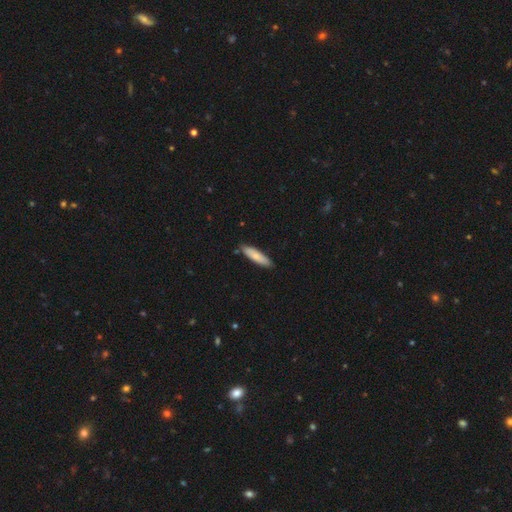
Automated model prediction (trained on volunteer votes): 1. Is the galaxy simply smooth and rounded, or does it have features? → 76% smooth, 18% featured or disk, 6% star or artifact.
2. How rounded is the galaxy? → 71% cigar-shaped, 27% in between, 1% round.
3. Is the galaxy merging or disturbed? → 85% none, 11% minor disturbance, 2% merger, 2% major disturbance.